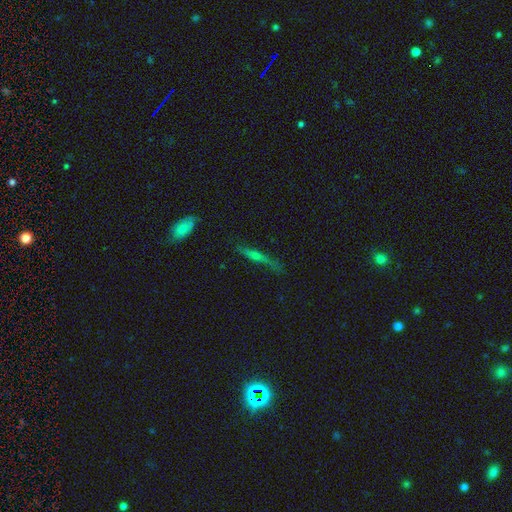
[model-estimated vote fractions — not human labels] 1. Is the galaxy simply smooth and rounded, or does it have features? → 61% featured or disk, 27% smooth, 12% star or artifact.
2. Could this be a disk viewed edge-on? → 90% yes, 10% no.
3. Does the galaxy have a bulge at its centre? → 75% rounded, 18% none, 7% boxy.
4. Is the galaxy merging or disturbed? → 74% none, 18% minor disturbance, 5% major disturbance, 3% merger.